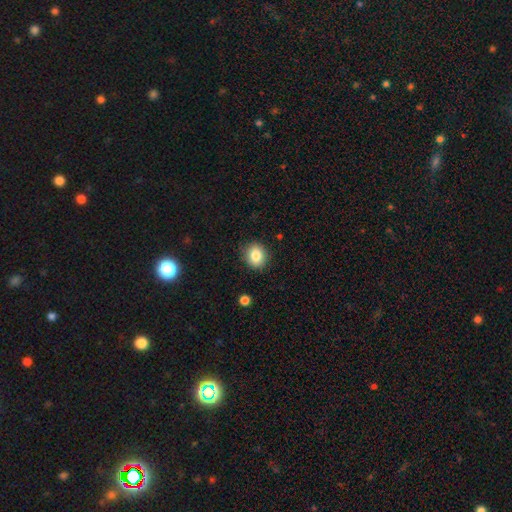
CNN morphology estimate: Smooth or featured? smooth (83%)
How rounded? round (71%)
Merging? none (88%)